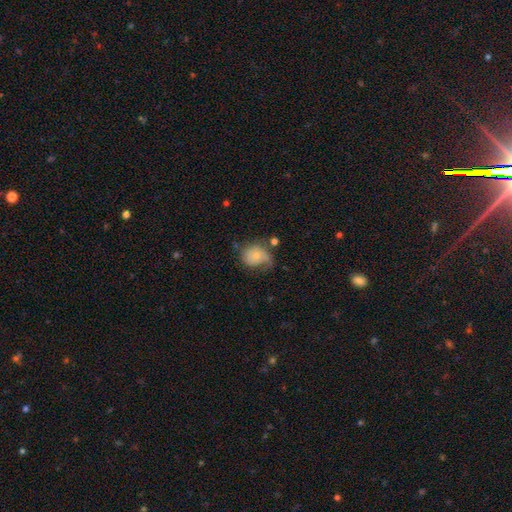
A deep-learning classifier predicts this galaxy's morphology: Overall: smooth (55%; featured or disk 36%). How rounded: round (58%; in between 41%). Merging: none (36%; minor disturbance 32%).